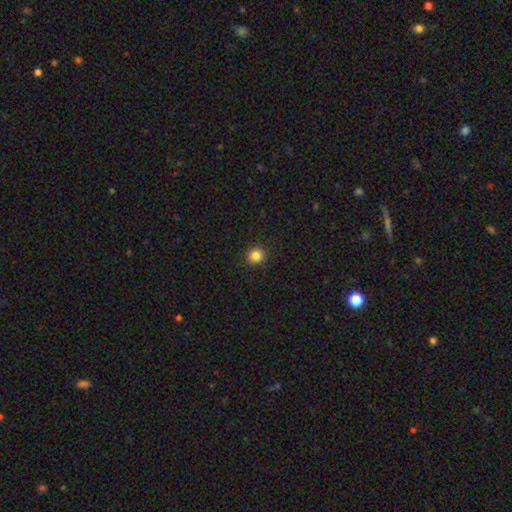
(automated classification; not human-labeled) A smooth galaxy with no disk features (85%) that is round (91%). Merging: none (92%).